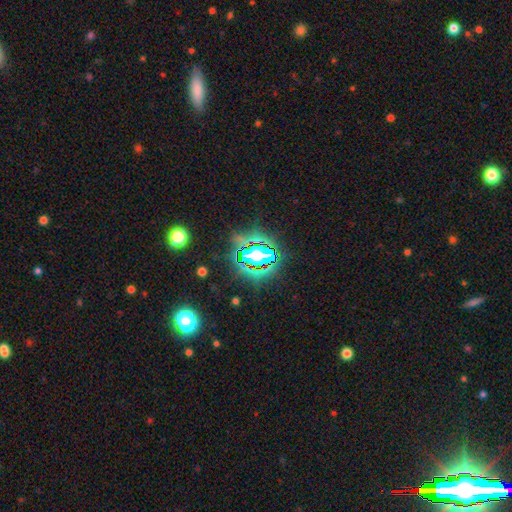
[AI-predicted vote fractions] The model was most divided on "smooth or featured": star or artifact: 82%, smooth: 11%, featured or disk: 8%.